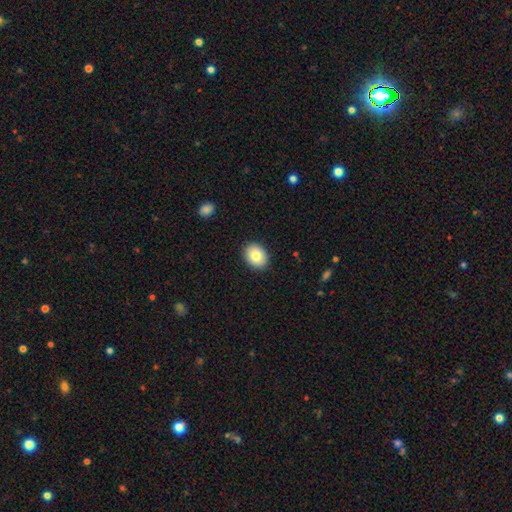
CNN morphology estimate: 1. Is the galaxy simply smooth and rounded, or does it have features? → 83% smooth, 9% featured or disk, 8% star or artifact.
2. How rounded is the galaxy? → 58% in between, 41% round, 1% cigar-shaped.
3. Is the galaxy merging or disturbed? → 90% none, 7% minor disturbance, 2% major disturbance, 1% merger.